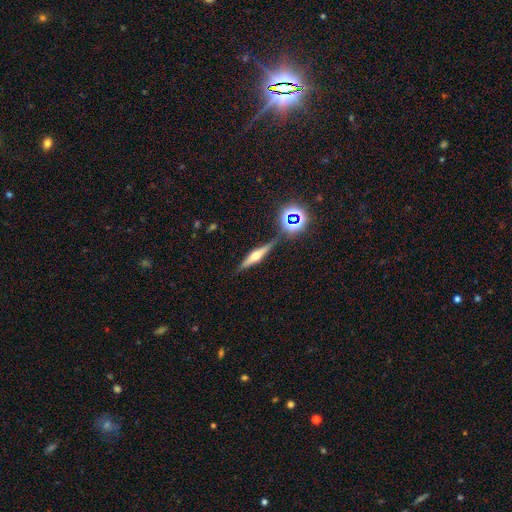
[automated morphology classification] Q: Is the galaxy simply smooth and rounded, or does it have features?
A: featured or disk — 59%.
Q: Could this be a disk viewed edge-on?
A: yes — 95%.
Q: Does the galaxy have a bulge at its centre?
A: rounded — 90%.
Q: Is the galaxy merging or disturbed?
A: none — 81%.